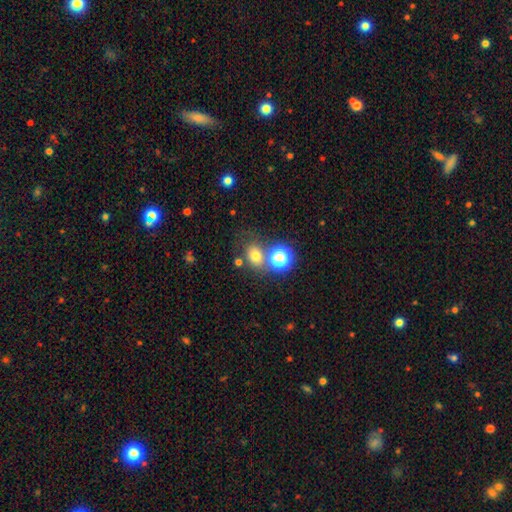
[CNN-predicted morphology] smooth 70%, star or artifact 19%, featured or disk 11%. Down the decision tree: how rounded — round (57%); merging — none (61%).